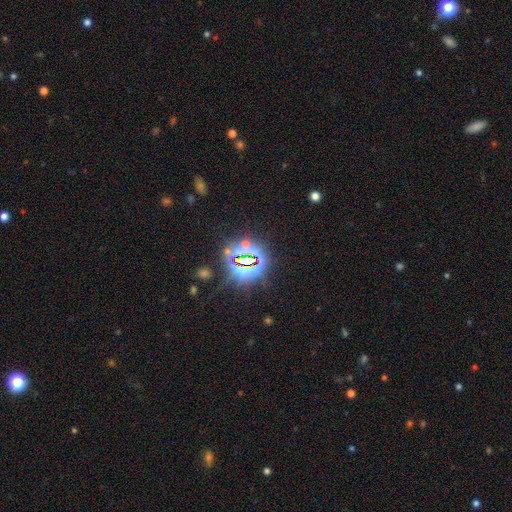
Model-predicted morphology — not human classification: star or artifact 79%, smooth 12%, featured or disk 9%.